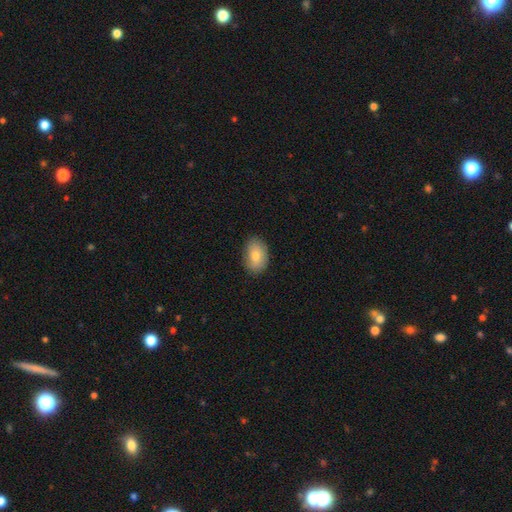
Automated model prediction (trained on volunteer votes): Smooth or featured? smooth (80%)
How rounded? in between (82%)
Merging? none (84%)